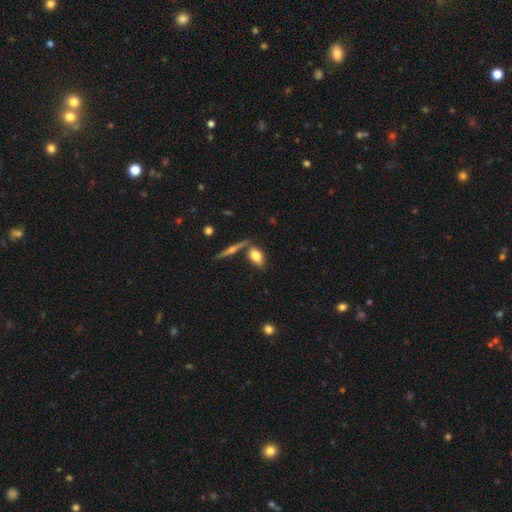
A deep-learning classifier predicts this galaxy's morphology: type=smooth (71%); roundness=in between (83%); merging=none (61%).